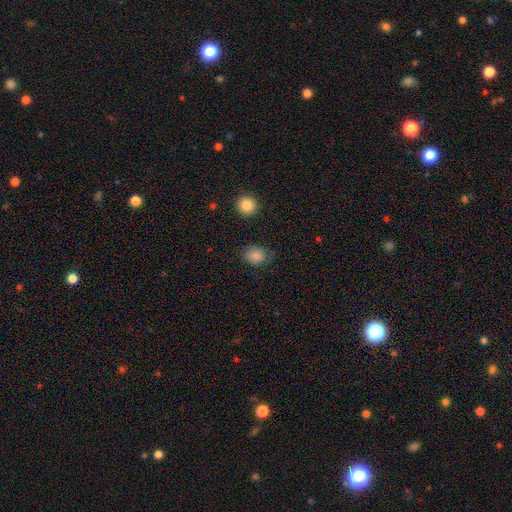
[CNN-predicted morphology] smooth-or-featured: smooth: 86% | star or artifact: 10% | featured or disk: 4%
  how-rounded: in between: 54% | round: 45% | cigar-shaped: 1%
  merging: none: 74% | minor disturbance: 19% | major disturbance: 5% | merger: 2%